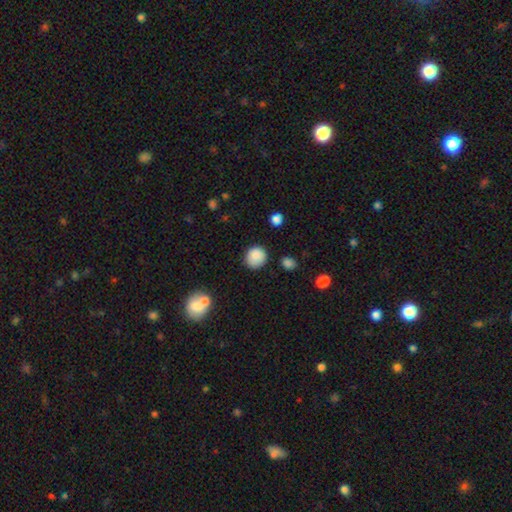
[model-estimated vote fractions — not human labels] The model was most divided on "merging": none: 79%, minor disturbance: 14%, major disturbance: 4%, merger: 3%. More confident: smooth or featured — smooth (86%); how rounded — round (85%).